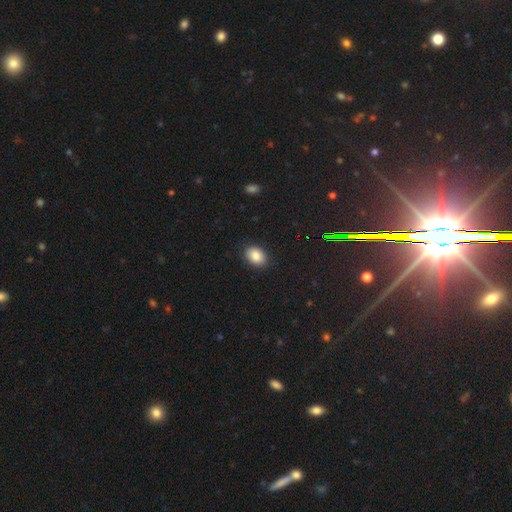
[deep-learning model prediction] The model was most divided on "how rounded": in between: 75%, round: 24%, cigar-shaped: 1%. More confident: merging — none (87%); smooth or featured — smooth (86%).